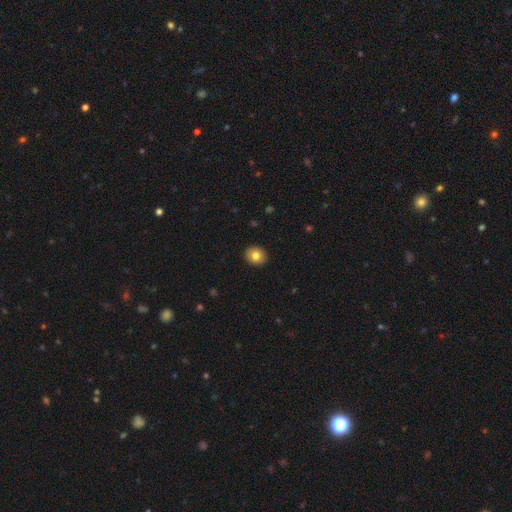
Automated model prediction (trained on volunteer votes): The model was most divided on "how rounded": round: 70%, in between: 29%, cigar-shaped: 1%. More confident: merging — none (91%); smooth or featured — smooth (81%).